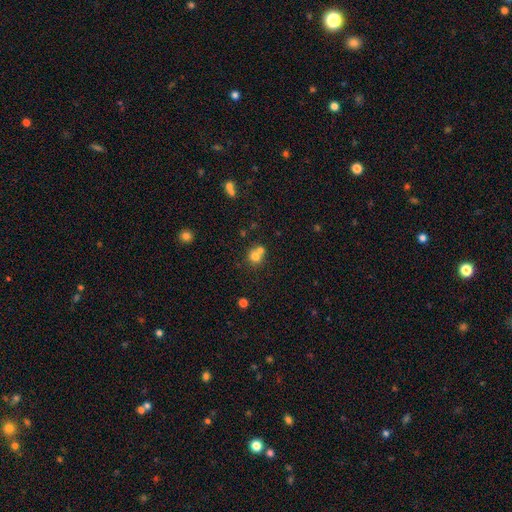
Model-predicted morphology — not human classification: smooth_or_featured: smooth (p=0.72) [alt: featured or disk p=0.14]
how_rounded: round (p=0.82) [alt: in between p=0.17]
merging: merger (p=0.50) [alt: none p=0.41]